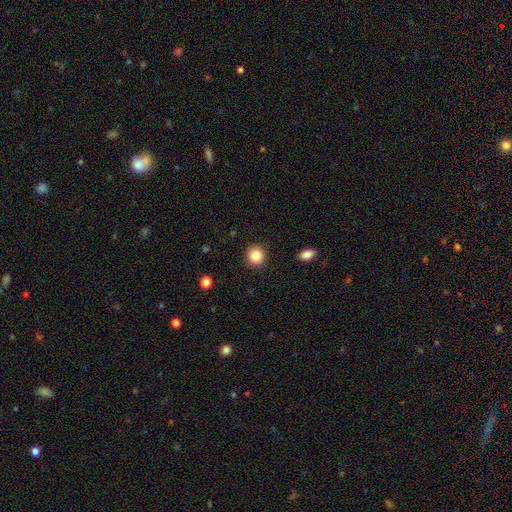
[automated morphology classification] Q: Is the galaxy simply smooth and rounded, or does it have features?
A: smooth — 87%.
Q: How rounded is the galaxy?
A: round — 90%.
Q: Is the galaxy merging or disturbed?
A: none — 90%.